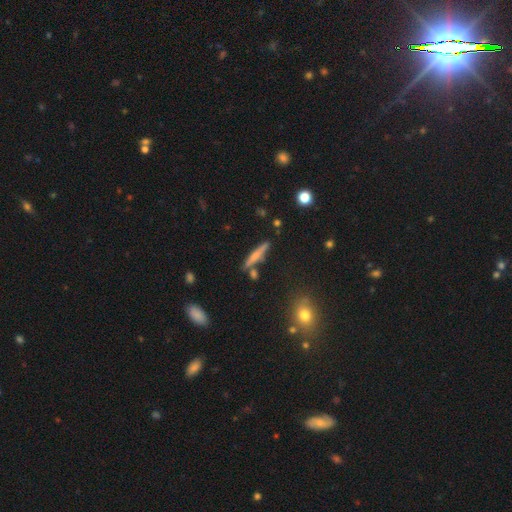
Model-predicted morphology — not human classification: Q: Smooth or featured?
A: smooth (47%); runner-up: featured or disk (44%)
Q: Merging?
A: none (77%); runner-up: minor disturbance (11%)